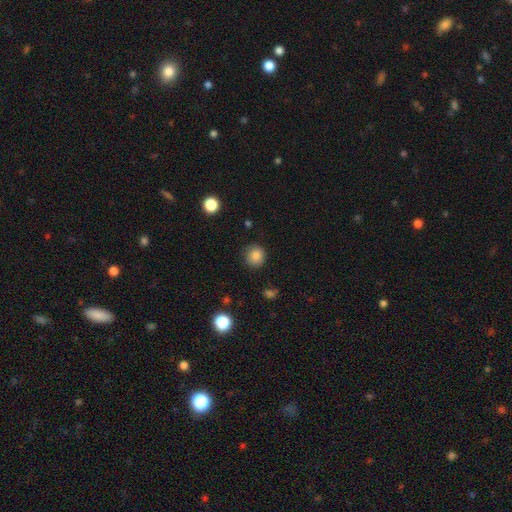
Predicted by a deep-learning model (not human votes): Smooth or featured? smooth (85%)
How rounded? round (90%)
Merging? none (85%)